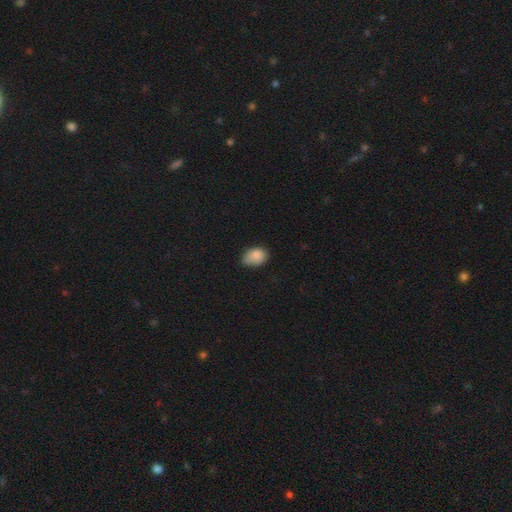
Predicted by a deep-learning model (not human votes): Smooth or featured: smooth — 85% (star or artifact — 8%)
How rounded: in between — 76% (round — 23%)
Merging: none — 54% (minor disturbance — 38%)